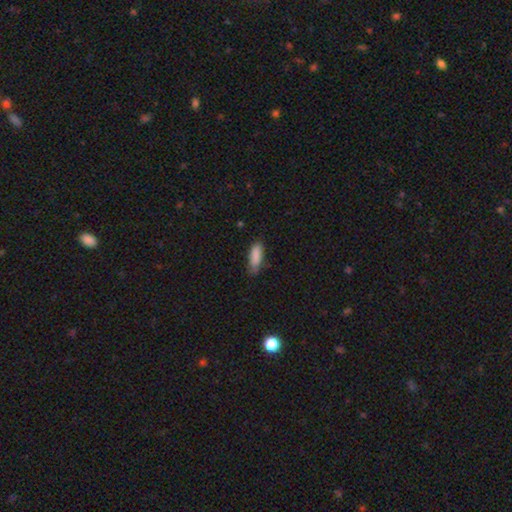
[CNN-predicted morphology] smooth-or-featured: smooth: 87% | star or artifact: 7% | featured or disk: 6%
  how-rounded: in between: 62% | cigar-shaped: 37% | round: 2%
  merging: none: 67% | minor disturbance: 27% | major disturbance: 4% | merger: 2%